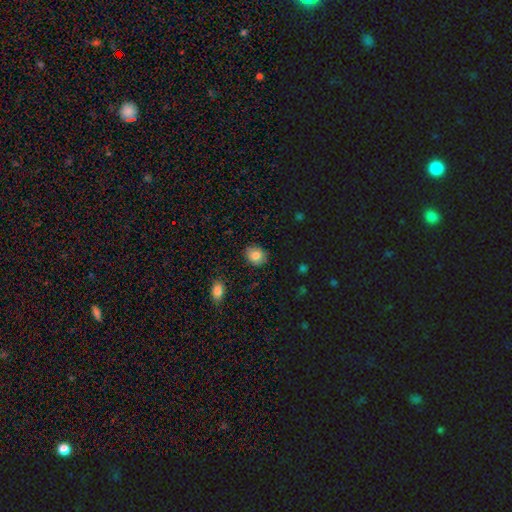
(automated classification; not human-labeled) Morphology: type=smooth (82%); roundness=round (59%); merging=none (86%).